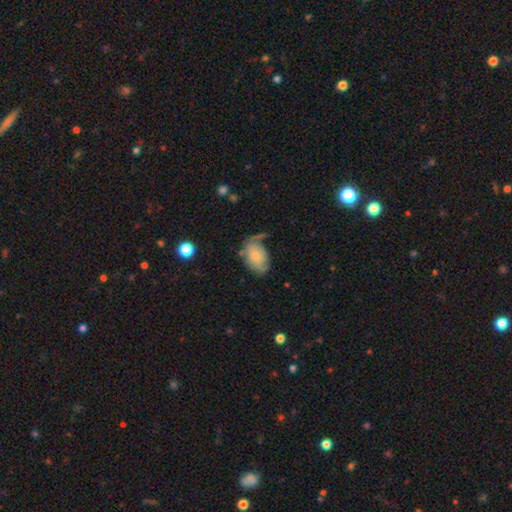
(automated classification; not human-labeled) Smooth or featured: smooth — 67% (featured or disk — 27%)
How rounded: in between — 87% (round — 12%)
Merging: none — 44% (minor disturbance — 30%)